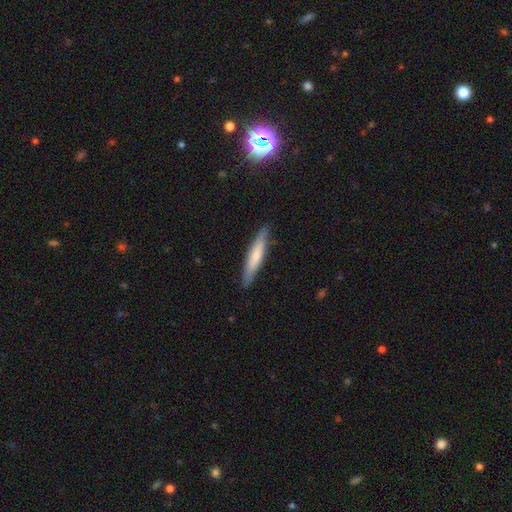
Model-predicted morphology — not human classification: smooth_or_featured: smooth (p=0.65) [alt: featured or disk p=0.30]
how_rounded: cigar-shaped (p=0.91) [alt: in between p=0.07]
merging: none (p=0.88) [alt: minor disturbance p=0.09]